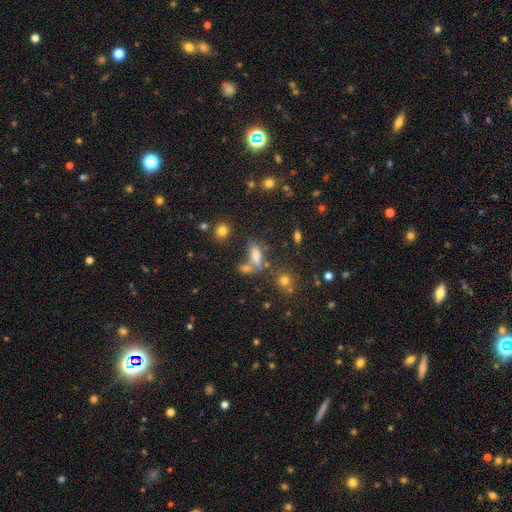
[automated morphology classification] smooth_or_featured: smooth (p=0.61) [alt: star or artifact p=0.21]
how_rounded: in between (p=0.64) [alt: cigar-shaped p=0.26]
merging: none (p=0.56) [alt: merger p=0.24]